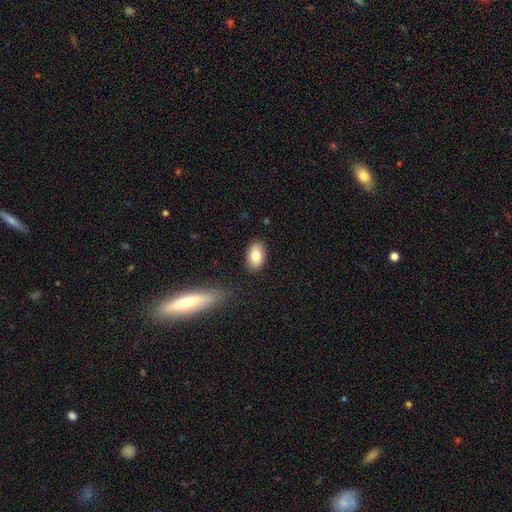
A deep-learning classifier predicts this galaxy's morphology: The model was most divided on "smooth or featured": smooth: 79%, featured or disk: 13%, star or artifact: 8%. More confident: how rounded — in between (89%); merging — none (86%).